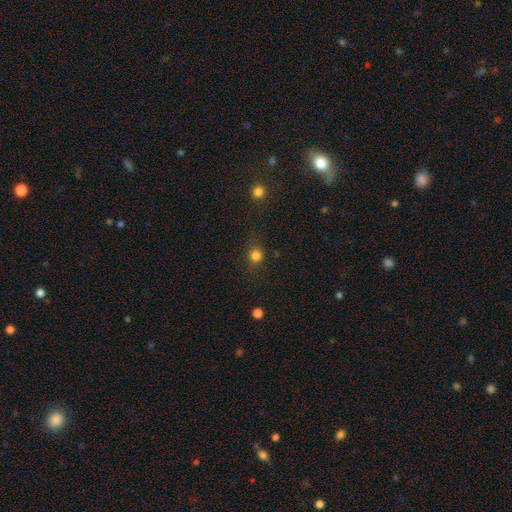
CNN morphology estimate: Smooth or featured?
  - smooth: 80% *
  - star or artifact: 15%
  - featured or disk: 5%
How rounded?
  - round: 84% *
  - in between: 15%
  - cigar-shaped: 1%
Merging?
  - none: 80% *
  - minor disturbance: 13%
  - major disturbance: 5%
  - merger: 2%